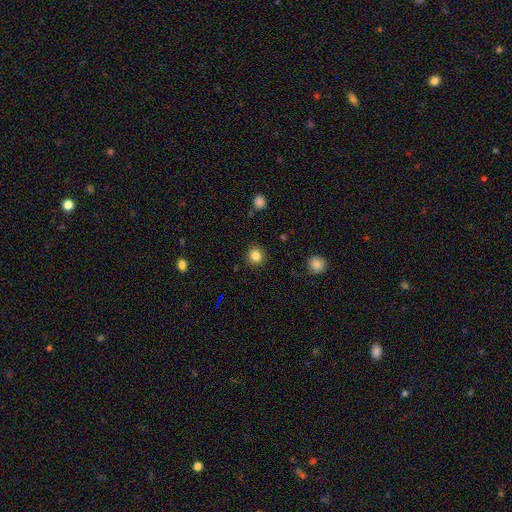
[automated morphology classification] This is clearly a smooth galaxy (84%). How rounded: clearly round (89%). Merging: clearly none (91%).